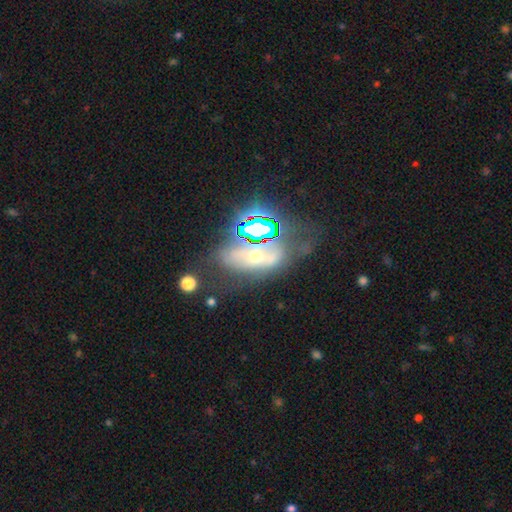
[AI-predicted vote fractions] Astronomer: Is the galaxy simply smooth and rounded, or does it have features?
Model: featured or disk — 42% (runner-up: star or artifact, 33%).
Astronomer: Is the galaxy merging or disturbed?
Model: none — 41% (runner-up: major disturbance, 22%).